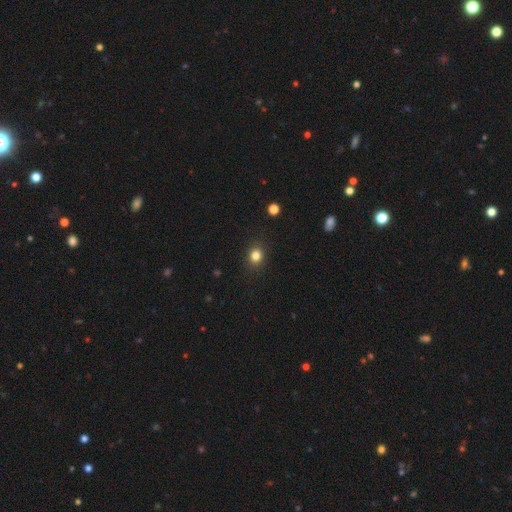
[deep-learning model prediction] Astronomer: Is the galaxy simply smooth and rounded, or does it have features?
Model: smooth — 83%.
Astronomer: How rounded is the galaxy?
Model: round — 70%.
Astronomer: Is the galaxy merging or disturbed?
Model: none — 89%.